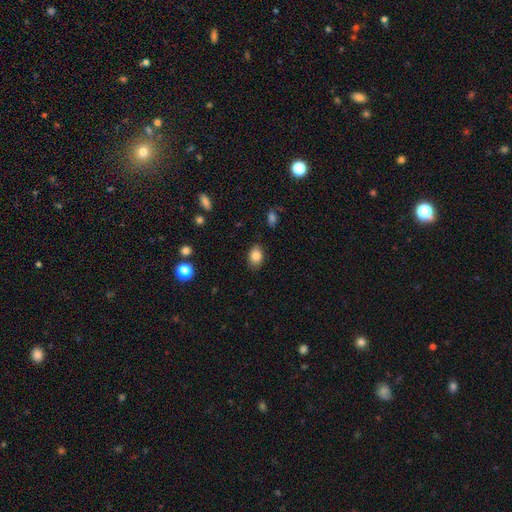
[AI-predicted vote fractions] The model was most divided on "how rounded": in between: 79%, round: 20%, cigar-shaped: 1%. More confident: smooth or featured — smooth (84%); merging — none (83%).